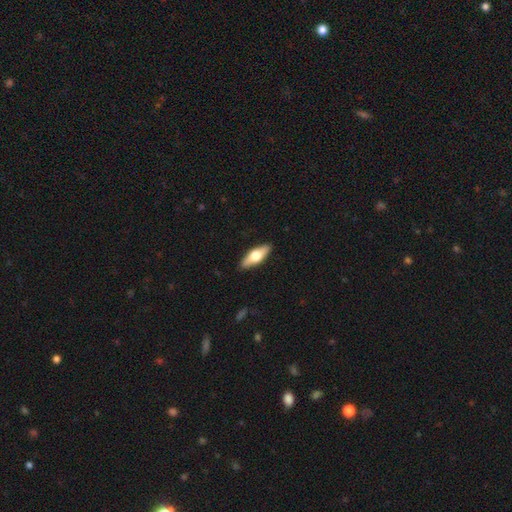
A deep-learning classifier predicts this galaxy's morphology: A smooth galaxy with no disk features (53%) that is in between round and cigar-shaped (60%).

Vote fractions:
- Smooth or featured? smooth: 53% / featured or disk: 42% / star or artifact: 5%
- How rounded? in between: 60% / cigar-shaped: 37% / round: 3%
- Merging? none: 90% / minor disturbance: 8% / major disturbance: 2% / merger: 1%